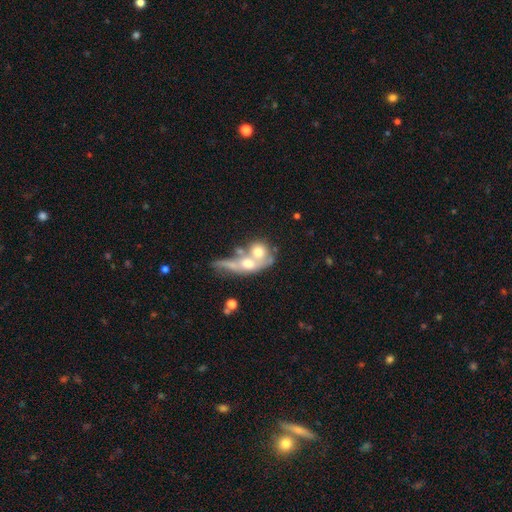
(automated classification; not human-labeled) smooth_or_featured: smooth (p=0.46) [alt: featured or disk p=0.44]
merging: merger (p=0.69) [alt: none p=0.14]